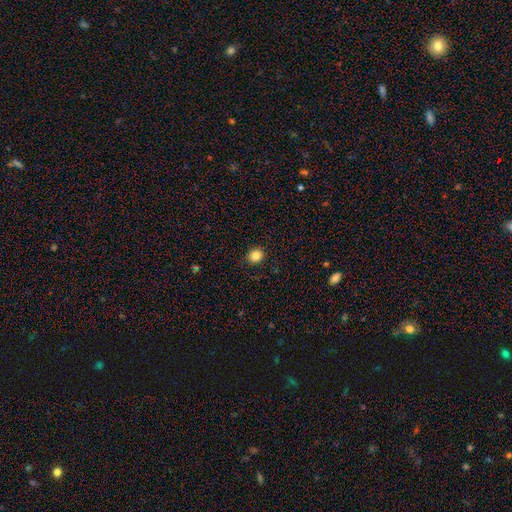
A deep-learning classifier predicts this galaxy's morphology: smooth 84%, star or artifact 11%, featured or disk 5%. Down the decision tree: how rounded — round (79%); merging — none (90%).